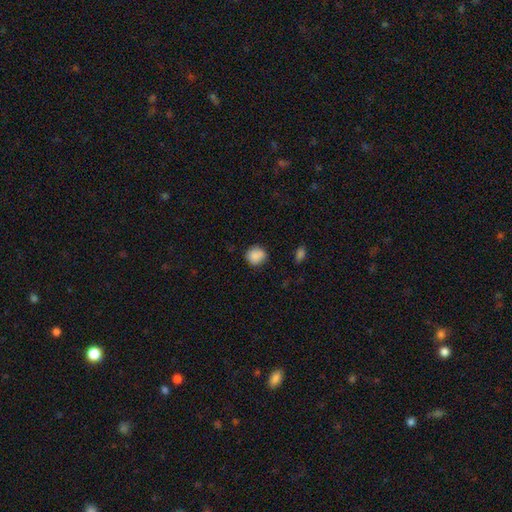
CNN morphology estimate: Smooth or featured? Predicted: smooth (p=0.87). How rounded? Predicted: round (p=0.87). Merging? Predicted: none (p=0.79).